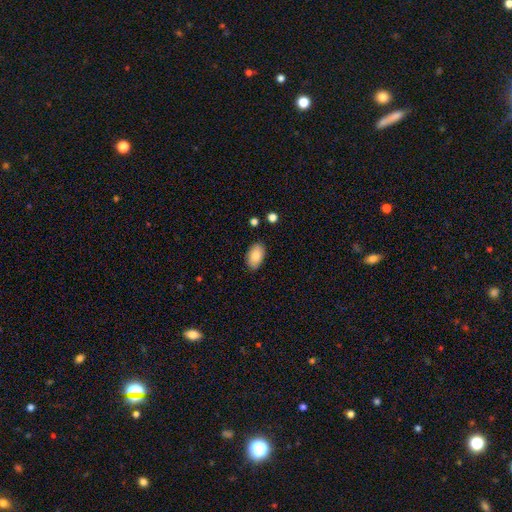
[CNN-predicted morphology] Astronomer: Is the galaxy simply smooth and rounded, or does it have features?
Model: smooth — 84%.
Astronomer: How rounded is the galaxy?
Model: in between — 94%.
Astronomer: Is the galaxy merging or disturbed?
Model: none — 87%.